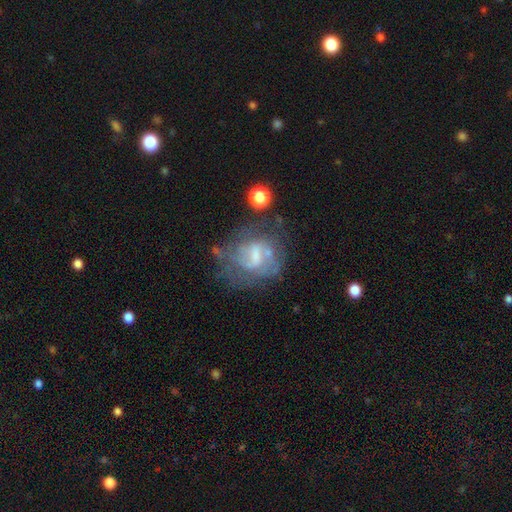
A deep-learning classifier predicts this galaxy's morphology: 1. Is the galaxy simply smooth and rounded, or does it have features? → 67% featured or disk, 22% smooth, 11% star or artifact.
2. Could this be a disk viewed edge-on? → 97% no, 3% yes.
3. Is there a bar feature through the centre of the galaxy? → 49% weak, 27% no, 24% strong.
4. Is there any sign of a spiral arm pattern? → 59% yes, 41% no.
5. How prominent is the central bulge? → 36% small, 29% moderate, 28% none, 5% large, 1% dominant.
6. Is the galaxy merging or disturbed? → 40% none, 27% major disturbance, 22% minor disturbance, 11% merger.